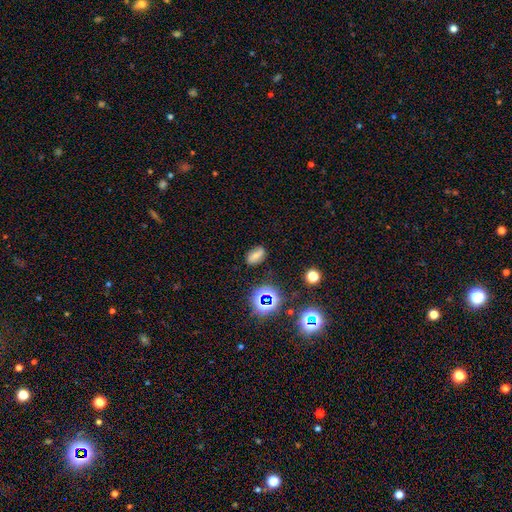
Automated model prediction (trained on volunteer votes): smooth-or-featured: smooth: 63% | star or artifact: 23% | featured or disk: 14%
  how-rounded: in between: 85% | round: 11% | cigar-shaped: 3%
  merging: none: 81% | minor disturbance: 13% | major disturbance: 4% | merger: 2%